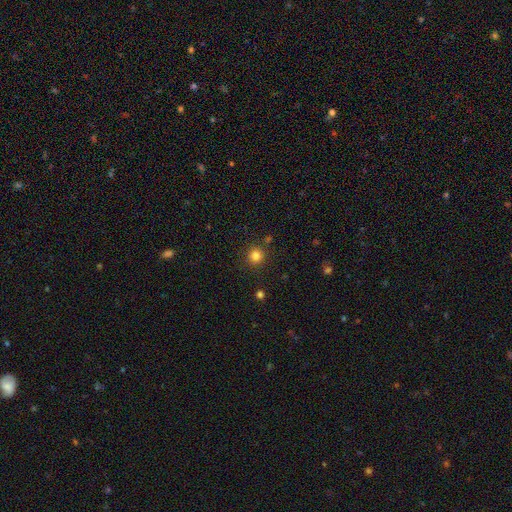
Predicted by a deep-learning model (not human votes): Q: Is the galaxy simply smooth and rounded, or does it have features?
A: smooth — 82%.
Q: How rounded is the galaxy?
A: round — 93%.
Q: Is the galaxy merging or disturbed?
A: none — 87%.